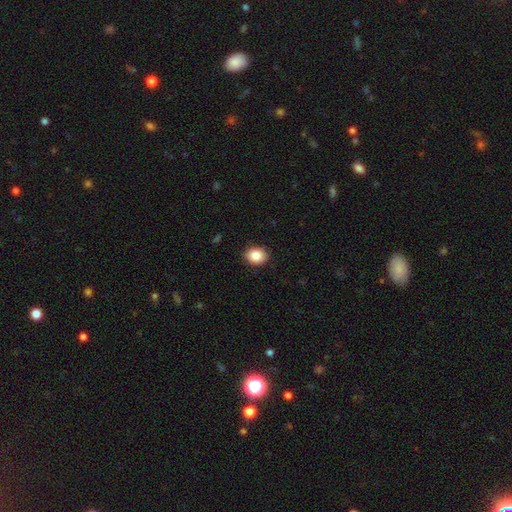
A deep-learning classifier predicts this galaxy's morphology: smooth-or-featured: smooth: 86% | star or artifact: 8% | featured or disk: 5%
  how-rounded: in between: 55% | round: 44% | cigar-shaped: 1%
  merging: none: 89% | minor disturbance: 8% | major disturbance: 2% | merger: 1%